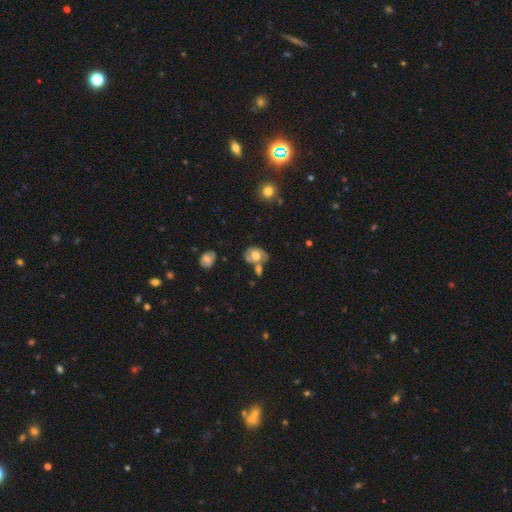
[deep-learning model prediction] A smooth galaxy with no disk features (48%).

Vote fractions:
- Smooth or featured? smooth: 48% / featured or disk: 43% / star or artifact: 9%
- Merging? none: 44% / merger: 26% / minor disturbance: 20% / major disturbance: 10%